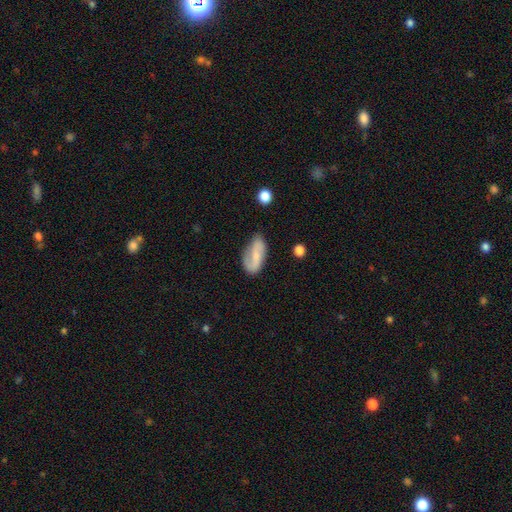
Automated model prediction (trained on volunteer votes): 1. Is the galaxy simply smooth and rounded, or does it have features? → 55% featured or disk, 38% smooth, 7% star or artifact.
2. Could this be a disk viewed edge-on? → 94% no, 6% yes.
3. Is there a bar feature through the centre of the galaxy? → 42% no, 39% weak, 19% strong.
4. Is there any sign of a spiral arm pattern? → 87% yes, 13% no.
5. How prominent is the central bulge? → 52% small, 24% moderate, 21% none, 2% large, 1% dominant.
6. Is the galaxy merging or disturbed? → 62% none, 26% minor disturbance, 9% major disturbance, 2% merger.